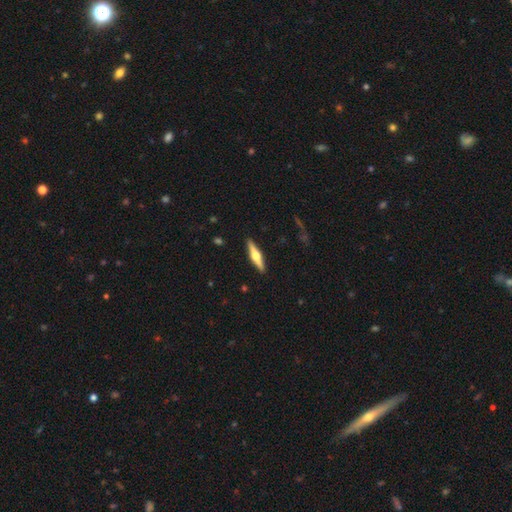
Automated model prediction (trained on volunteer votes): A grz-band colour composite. It shows a featured or disk galaxy (66%) viewed edge-on (97%) with a rounded central bulge (95%). Merging: none (91%).